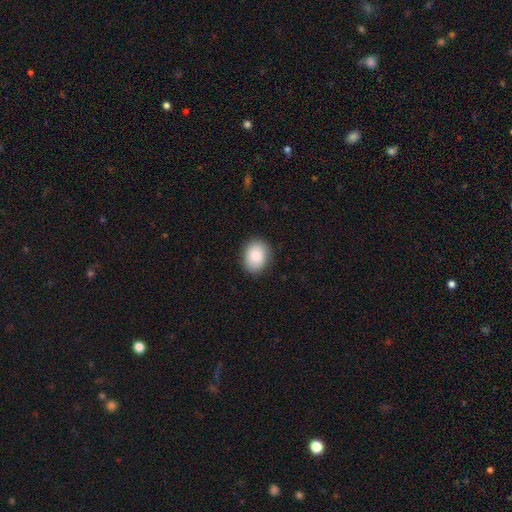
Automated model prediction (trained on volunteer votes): Q: Smooth or featured?
A: smooth (86%); runner-up: featured or disk (7%)
Q: How rounded?
A: in between (63%); runner-up: round (36%)
Q: Merging?
A: none (86%); runner-up: minor disturbance (10%)